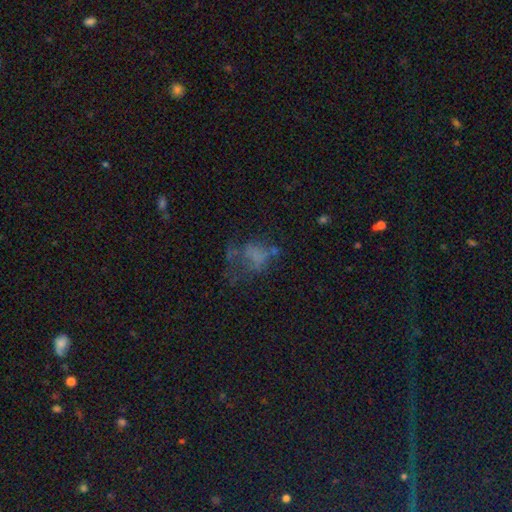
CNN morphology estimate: This is marginally a smooth galaxy (44%). Merging: marginally major disturbance (43%).